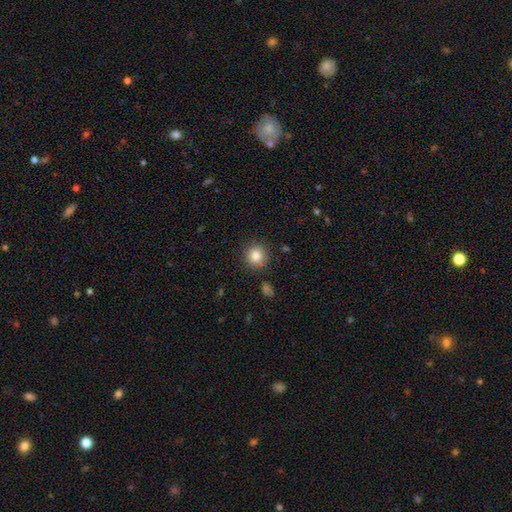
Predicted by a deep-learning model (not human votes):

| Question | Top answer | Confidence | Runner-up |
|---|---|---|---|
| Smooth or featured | smooth | 83% | star or artifact (10%) |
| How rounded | round | 92% | in between (7%) |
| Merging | none | 87% | minor disturbance (8%) |